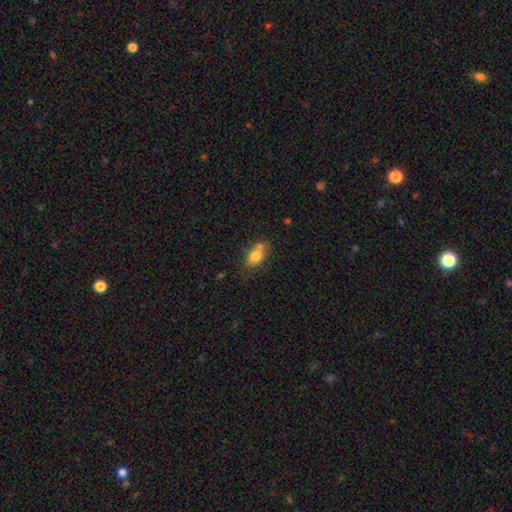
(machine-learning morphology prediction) A smooth galaxy with no disk features (77%) that is in between round and cigar-shaped (85%).

Vote fractions:
- Smooth or featured? smooth: 77% / featured or disk: 14% / star or artifact: 9%
- How rounded? in between: 85% / round: 11% / cigar-shaped: 4%
- Merging? none: 55% / minor disturbance: 21% / merger: 18% / major disturbance: 5%